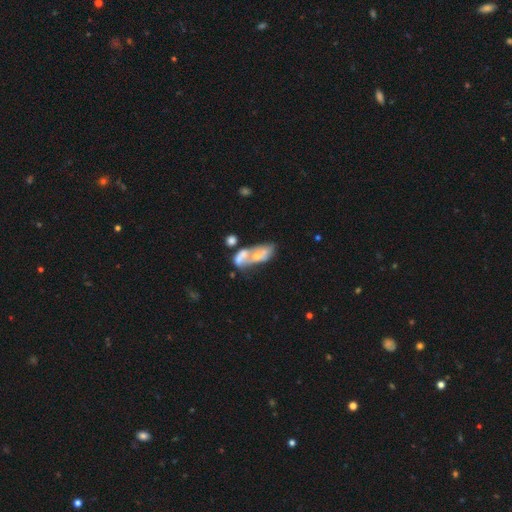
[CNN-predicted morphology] This appears to be a featured or disk galaxy (52%). Merging: merger (58%).